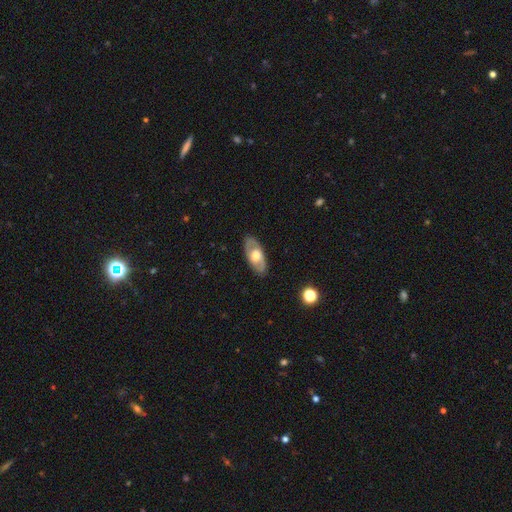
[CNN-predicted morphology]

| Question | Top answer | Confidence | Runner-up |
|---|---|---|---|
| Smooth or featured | featured or disk | 58% | smooth (37%) |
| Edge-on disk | no | 83% | yes (17%) |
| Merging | none | 84% | minor disturbance (12%) |